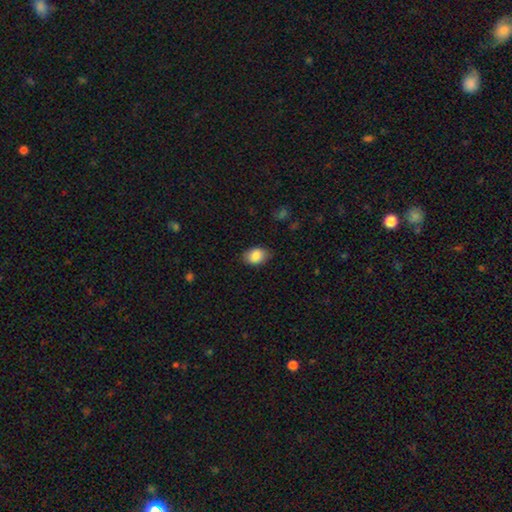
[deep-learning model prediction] smooth-or-featured: smooth: 86% | star or artifact: 8% | featured or disk: 7%
  how-rounded: in between: 78% | round: 21% | cigar-shaped: 1%
  merging: none: 82% | minor disturbance: 14% | major disturbance: 3% | merger: 1%